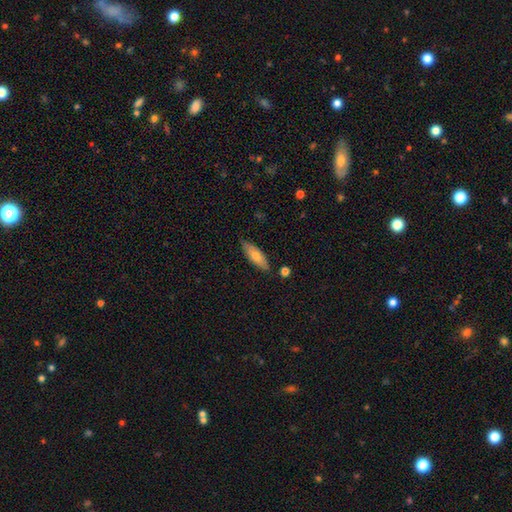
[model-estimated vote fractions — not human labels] This appears to be a smooth galaxy with no disk features (67%) that is in between round and cigar-shaped (53%). Merging: none (83%).